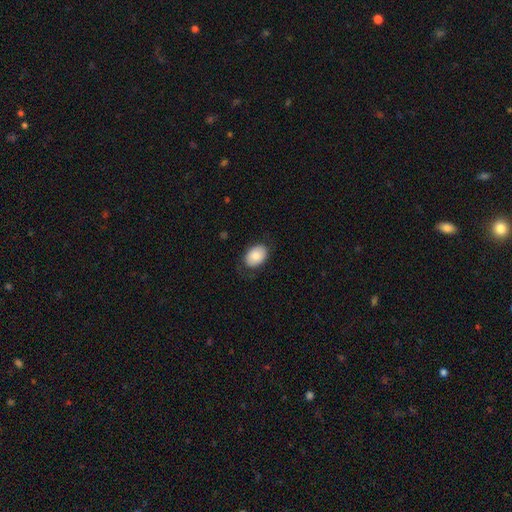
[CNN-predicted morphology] Smooth or featured?
  - smooth: 83% *
  - featured or disk: 10%
  - star or artifact: 6%
How rounded?
  - in between: 82% *
  - round: 17%
  - cigar-shaped: 1%
Merging?
  - none: 77% *
  - minor disturbance: 17%
  - major disturbance: 5%
  - merger: 1%